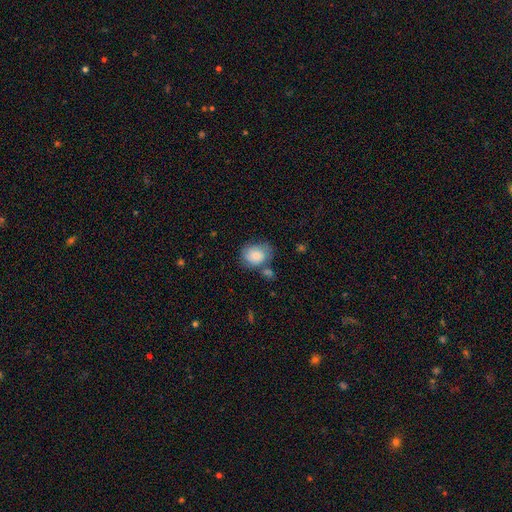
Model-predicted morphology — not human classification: Overall: smooth (78%). How rounded: in between (53%; round 46%). Merging: none (50%; minor disturbance 27%).